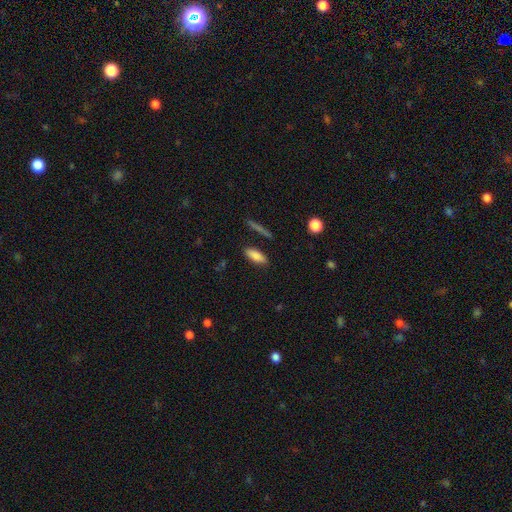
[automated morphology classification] Q: Smooth or featured?
A: smooth (82%); runner-up: featured or disk (10%)
Q: How rounded?
A: in between (72%); runner-up: cigar-shaped (25%)
Q: Merging?
A: none (83%); runner-up: minor disturbance (11%)